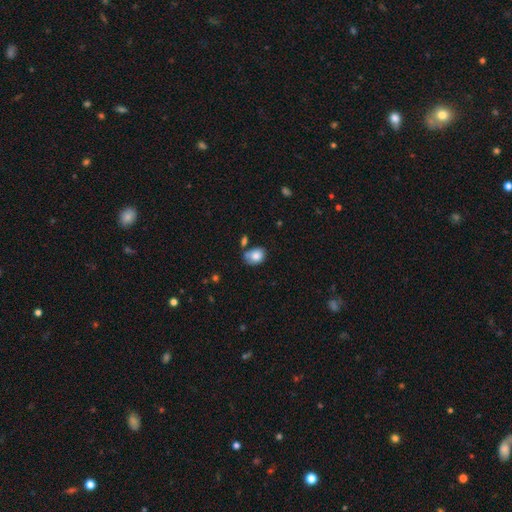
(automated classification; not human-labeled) Morphology: type=smooth (81%); roundness=in between (67%); merging=none (54%).